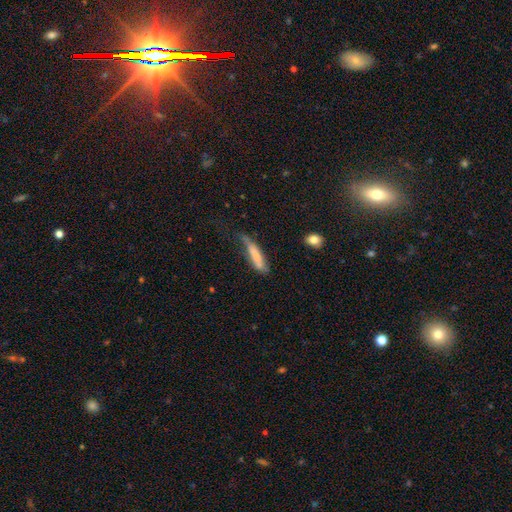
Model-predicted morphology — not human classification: Q: Smooth or featured?
A: smooth (67%); runner-up: featured or disk (26%)
Q: How rounded?
A: cigar-shaped (81%); runner-up: in between (18%)
Q: Merging?
A: none (39%); runner-up: minor disturbance (35%)